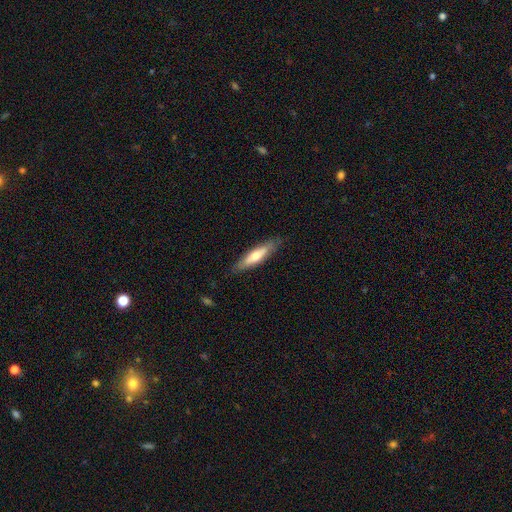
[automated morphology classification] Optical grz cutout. It shows a smooth galaxy with no disk features (57%) that is cigar-shaped (73%). Merging: none (83%).